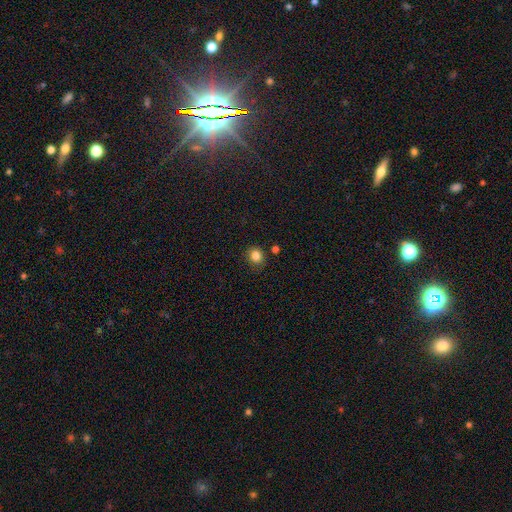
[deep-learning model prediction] This is clearly a smooth galaxy (83%). How rounded: likely round (78%). Merging: clearly none (82%).